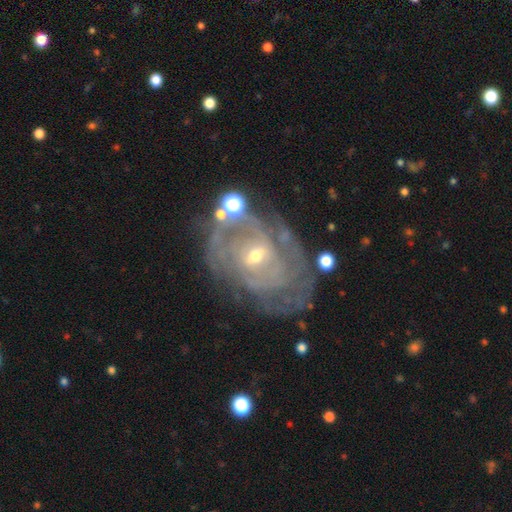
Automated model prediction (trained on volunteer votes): Smooth or featured?
  - featured or disk: 82% *
  - smooth: 10%
  - star or artifact: 8%
Edge-on disk?
  - no: 96% *
  - yes: 4%
Bar?
  - no: 53% *
  - weak: 37%
  - strong: 10%
Spiral arms?
  - yes: 83% *
  - no: 17%
Spiral winding?
  - tight: 68% *
  - medium: 24%
  - loose: 8%
Spiral arm count?
  - can't tell: 52% *
  - 2: 19%
  - 3: 11%
  - 4: 8%
  - more than 4: 6%
  - 1: 5%
Bulge size?
  - small: 67% *
  - moderate: 29%
  - large: 1%
  - none: 1%
  - dominant: 1%
Merging?
  - none: 63% *
  - minor disturbance: 20%
  - major disturbance: 12%
  - merger: 5%